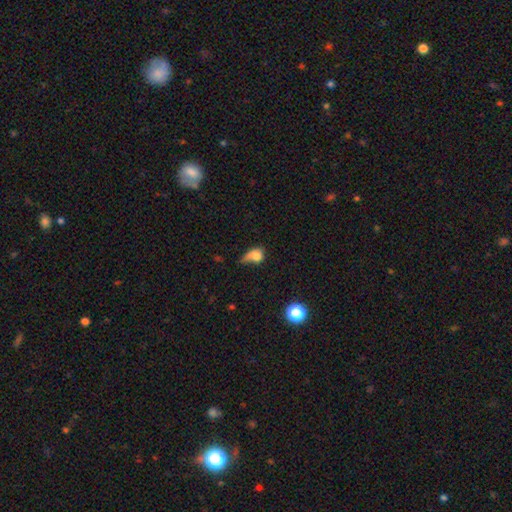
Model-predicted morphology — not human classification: Smooth or featured?
  - smooth: 71% *
  - featured or disk: 18%
  - star or artifact: 11%
How rounded?
  - in between: 52% *
  - round: 44%
  - cigar-shaped: 4%
Merging?
  - major disturbance: 37% *
  - minor disturbance: 29%
  - none: 24%
  - merger: 10%